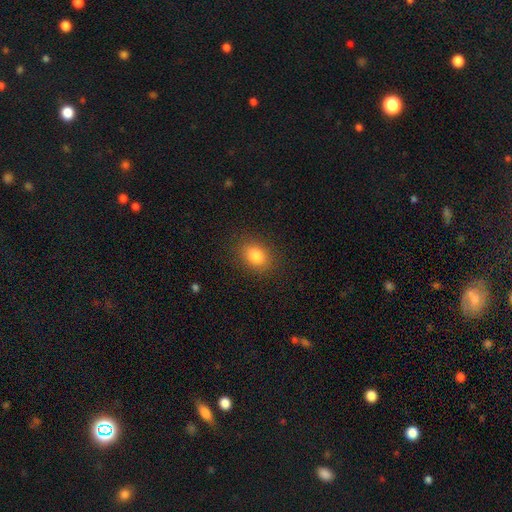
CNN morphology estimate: Smooth or featured?
  - smooth: 83% *
  - star or artifact: 10%
  - featured or disk: 7%
How rounded?
  - in between: 67% *
  - round: 32%
  - cigar-shaped: 1%
Merging?
  - none: 87% *
  - minor disturbance: 9%
  - major disturbance: 3%
  - merger: 1%